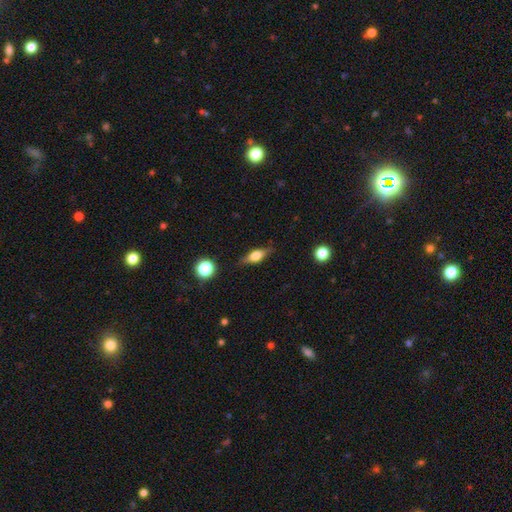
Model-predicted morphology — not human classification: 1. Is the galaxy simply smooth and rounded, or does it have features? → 53% smooth, 38% featured or disk, 9% star or artifact.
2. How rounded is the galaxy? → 63% in between, 29% cigar-shaped, 8% round.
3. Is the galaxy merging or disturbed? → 80% none, 14% minor disturbance, 4% major disturbance, 2% merger.